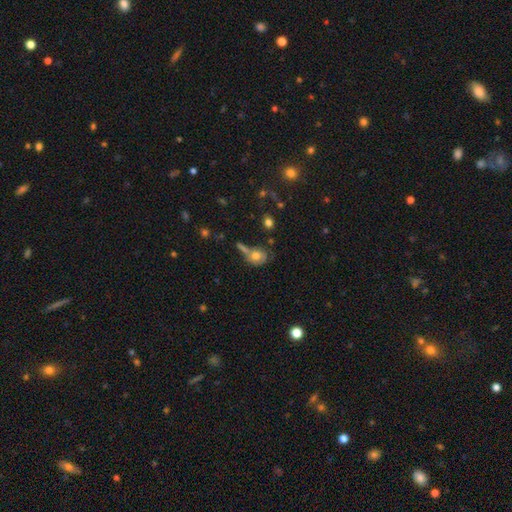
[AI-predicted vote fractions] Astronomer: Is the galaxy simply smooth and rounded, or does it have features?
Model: smooth — 64%.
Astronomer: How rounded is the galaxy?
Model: round — 51% (runner-up: in between, 46%).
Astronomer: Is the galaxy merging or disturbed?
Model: none — 39% (runner-up: merger, 26%).